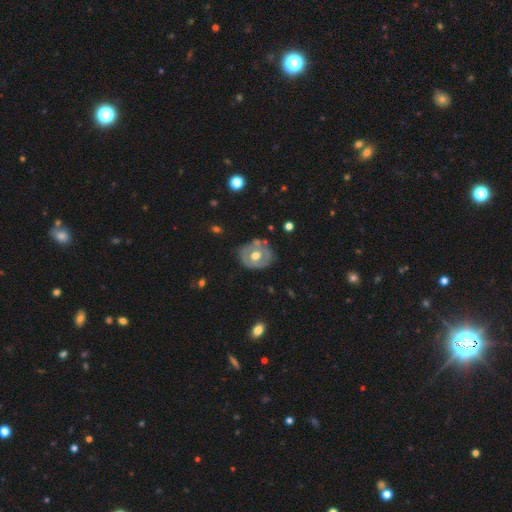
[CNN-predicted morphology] Smooth or featured? featured or disk (57%)
Edge-on disk? no (95%)
Bar? no (79%)
Spiral arms? no (75%)
Bulge size? moderate (72%)
Merging? none (69%)